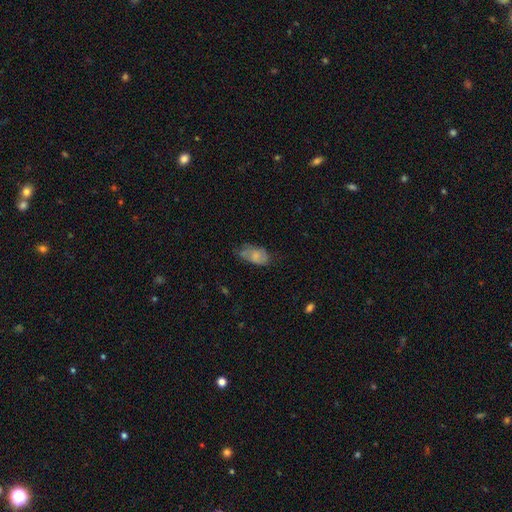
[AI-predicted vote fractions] Morphology: type=smooth (64%); roundness=in between (92%); merging=none (48%).